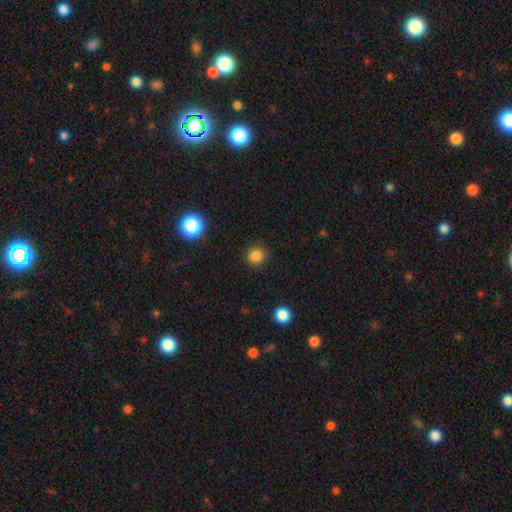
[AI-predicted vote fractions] Q: Smooth or featured?
A: smooth (84%); runner-up: star or artifact (13%)
Q: How rounded?
A: round (91%); runner-up: in between (8%)
Q: Merging?
A: none (91%); runner-up: minor disturbance (6%)